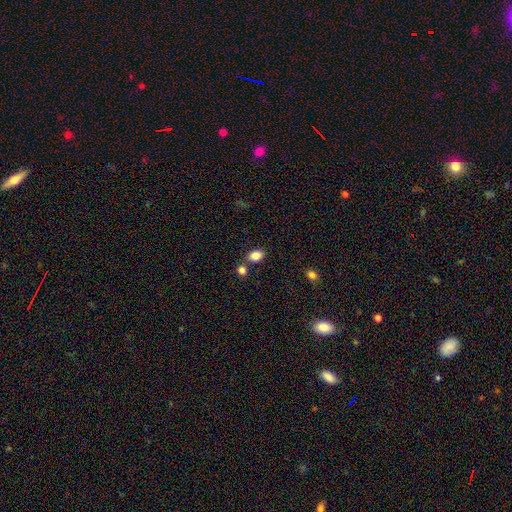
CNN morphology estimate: smooth_or_featured: smooth (p=0.85) [alt: star or artifact p=0.10]
how_rounded: in between (p=0.76) [alt: round p=0.23]
merging: none (p=0.72) [alt: merger p=0.14]